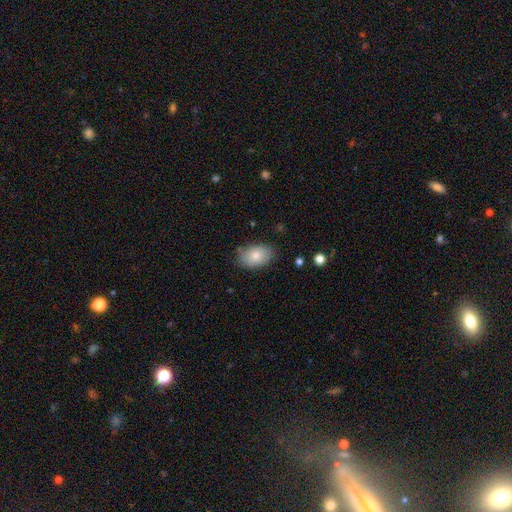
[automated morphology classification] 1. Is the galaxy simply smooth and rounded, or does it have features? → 83% smooth, 11% featured or disk, 7% star or artifact.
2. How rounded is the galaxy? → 89% in between, 10% round, 1% cigar-shaped.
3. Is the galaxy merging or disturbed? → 81% none, 15% minor disturbance, 3% major disturbance, 1% merger.